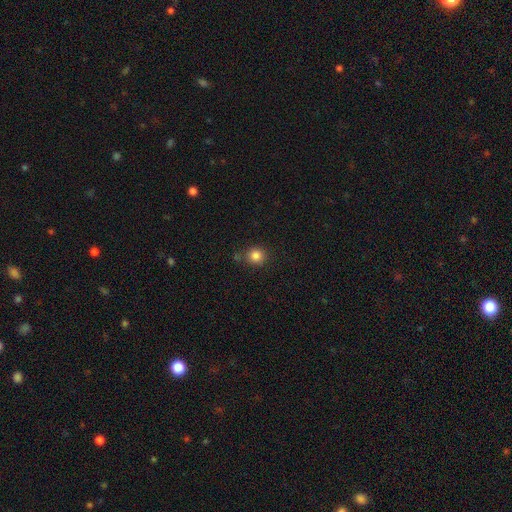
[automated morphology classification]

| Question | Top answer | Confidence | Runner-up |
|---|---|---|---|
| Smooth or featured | smooth | 84% | star or artifact (11%) |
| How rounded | round | 90% | in between (10%) |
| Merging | none | 79% | minor disturbance (13%) |